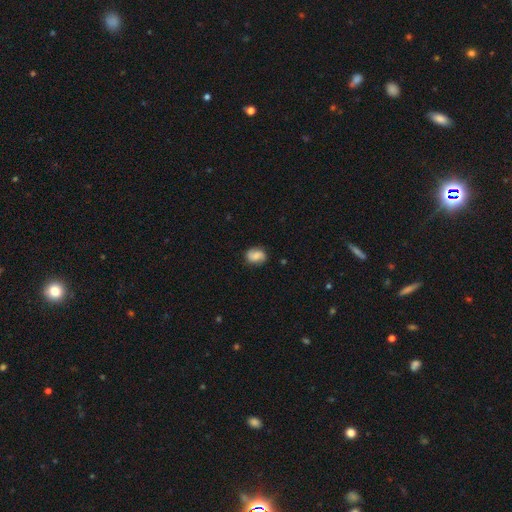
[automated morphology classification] This appears to be a smooth galaxy with no disk features (54%) that is in between round and cigar-shaped (60%). Merging: none (78%).